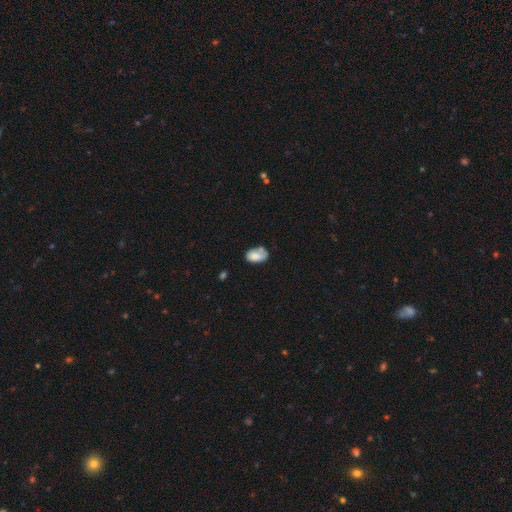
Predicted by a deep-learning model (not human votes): This is likely a smooth galaxy (74%). How rounded: clearly in between (90%). Merging: marginally none (43%).